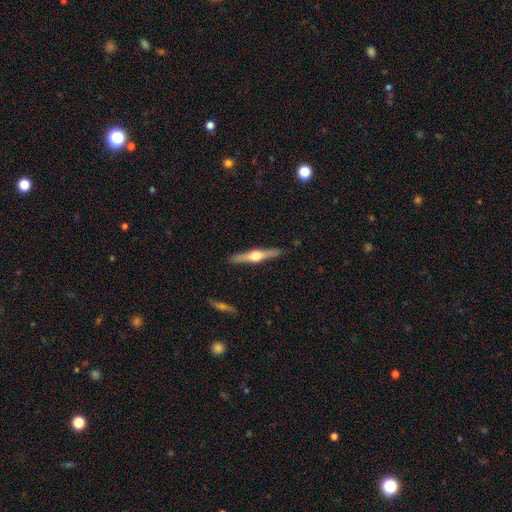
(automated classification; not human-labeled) Overall: featured or disk (70%). Edge-on disk: yes (97%). Edge-on bulge: rounded (95%). Merging: none (91%).